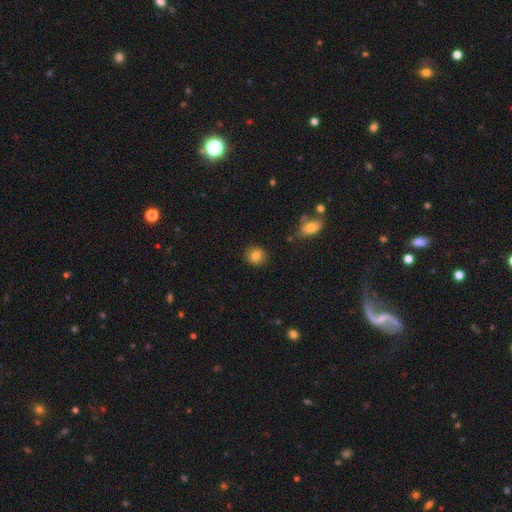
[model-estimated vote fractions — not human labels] Smooth or featured? Predicted: smooth (p=0.82). How rounded? Predicted: round (p=0.88). Merging? Predicted: none (p=0.89).